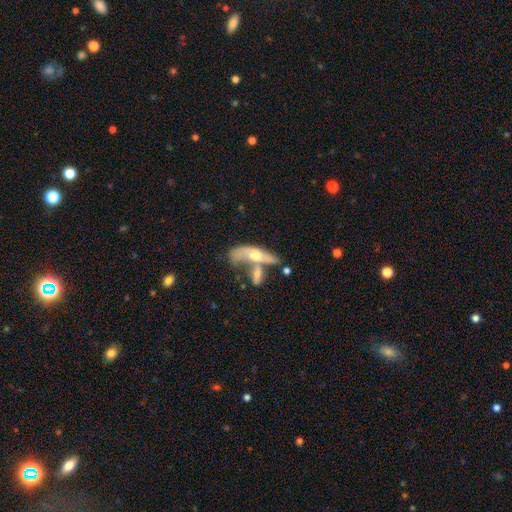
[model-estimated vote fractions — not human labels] smooth_or_featured: featured or disk (p=0.50) [alt: smooth p=0.42]
disk_edge_on: no (p=0.55) [alt: yes p=0.45]
merging: merger (p=0.52) [alt: none p=0.22]